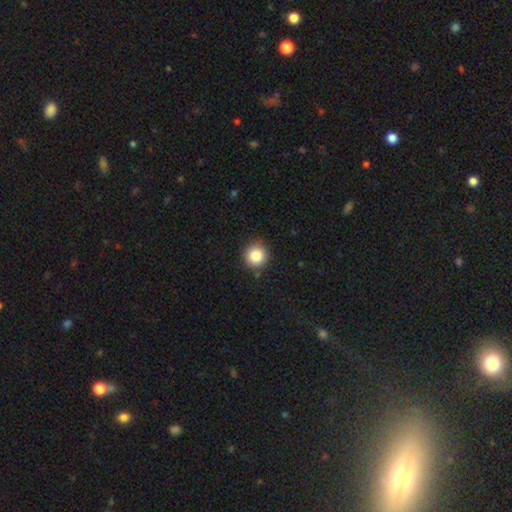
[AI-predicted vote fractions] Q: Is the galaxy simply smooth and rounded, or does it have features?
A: smooth — 86%.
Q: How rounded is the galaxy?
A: round — 94%.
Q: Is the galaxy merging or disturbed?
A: none — 88%.